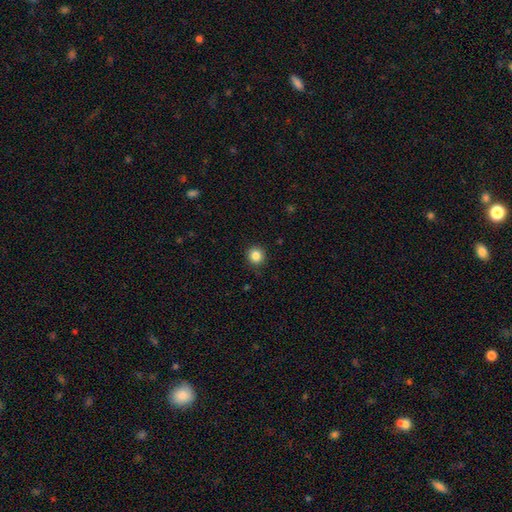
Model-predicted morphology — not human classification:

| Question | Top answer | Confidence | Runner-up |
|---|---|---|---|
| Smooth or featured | smooth | 85% | star or artifact (11%) |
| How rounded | round | 92% | in between (7%) |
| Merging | none | 91% | minor disturbance (6%) |